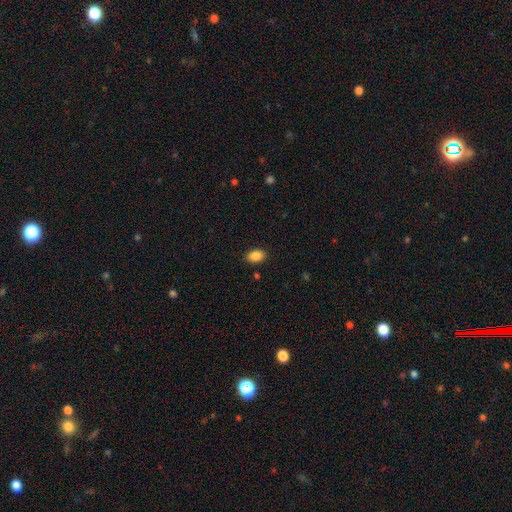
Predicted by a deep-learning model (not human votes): This is clearly a smooth galaxy (87%). How rounded: clearly in between (83%). Merging: clearly none (88%).